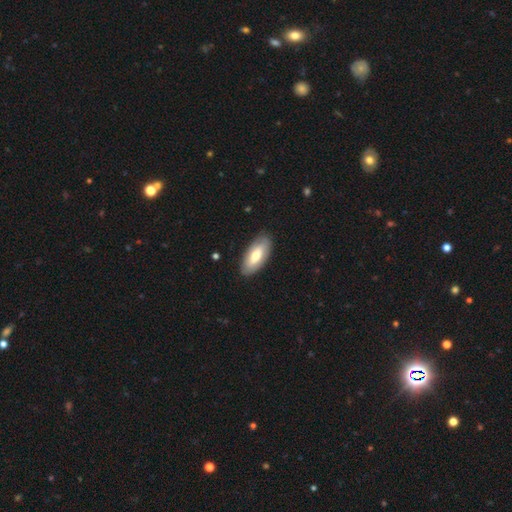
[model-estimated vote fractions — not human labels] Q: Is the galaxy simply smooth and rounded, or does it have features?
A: smooth — 61%.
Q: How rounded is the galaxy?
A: in between — 87%.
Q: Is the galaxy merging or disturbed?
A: none — 86%.